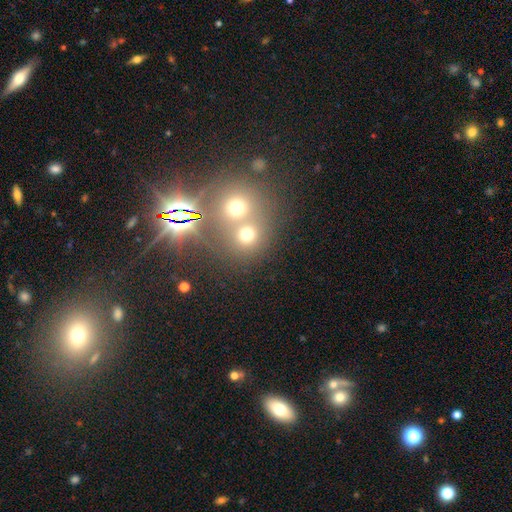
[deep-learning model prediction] Morphology: type=star or artifact (46%).